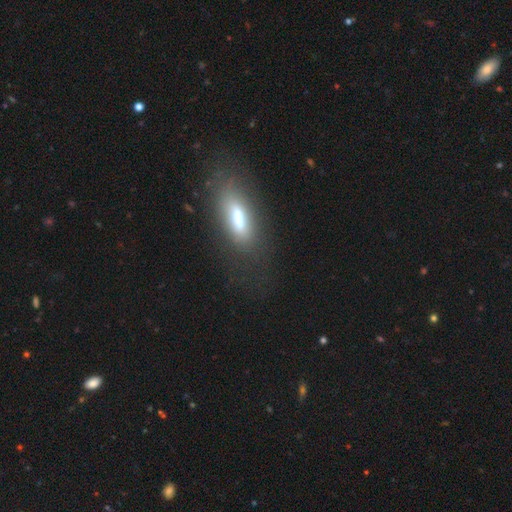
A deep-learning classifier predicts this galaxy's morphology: Smooth or featured: smooth — 55% (featured or disk — 31%)
How rounded: in between — 71% (cigar-shaped — 25%)
Merging: none — 77% (minor disturbance — 14%)